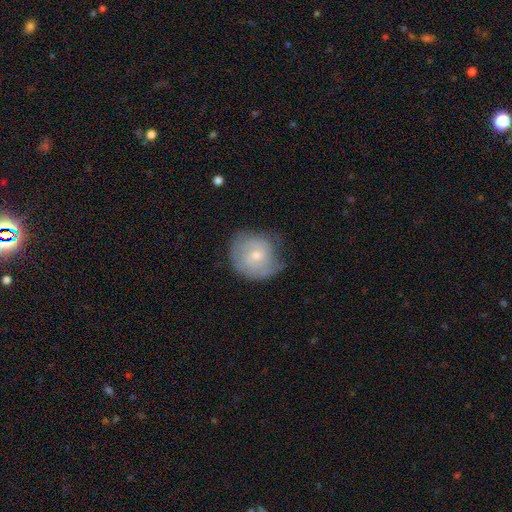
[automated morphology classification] A smooth galaxy with no disk features (47%).

Vote fractions:
- Smooth or featured? smooth: 47% / featured or disk: 46% / star or artifact: 7%
- Merging? none: 57% / minor disturbance: 30% / major disturbance: 12% / merger: 2%